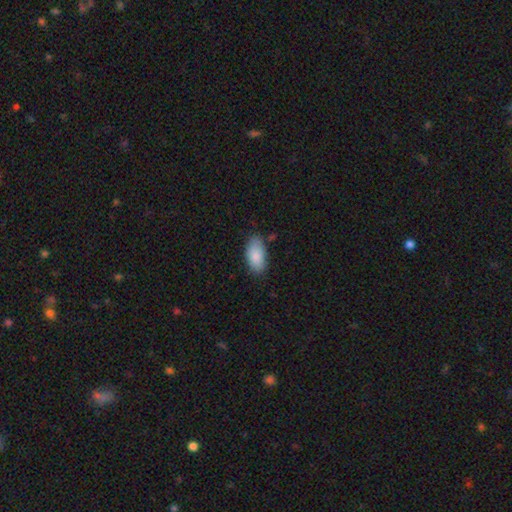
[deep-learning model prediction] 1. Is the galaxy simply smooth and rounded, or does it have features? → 86% smooth, 8% featured or disk, 7% star or artifact.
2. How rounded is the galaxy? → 93% in between, 4% cigar-shaped, 3% round.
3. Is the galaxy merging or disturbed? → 76% none, 18% minor disturbance, 3% major disturbance, 2% merger.